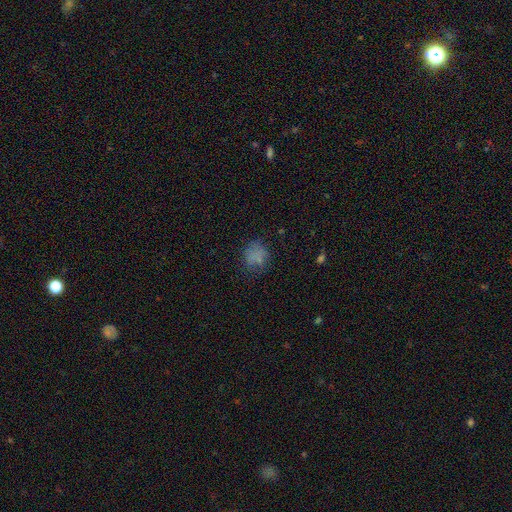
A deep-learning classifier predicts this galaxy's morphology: A smooth galaxy with no disk features (71%) that is round (74%).

Vote fractions:
- Smooth or featured? smooth: 71% / star or artifact: 15% / featured or disk: 14%
- How rounded? round: 74% / in between: 25% / cigar-shaped: 1%
- Merging? none: 64% / minor disturbance: 20% / major disturbance: 12% / merger: 4%